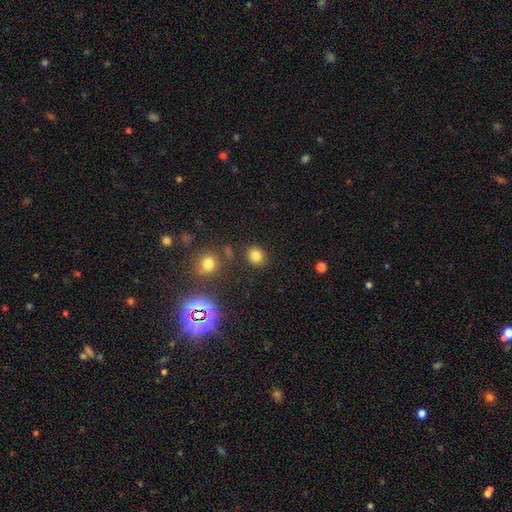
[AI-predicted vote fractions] Morphology: type=smooth (79%); roundness=round (64%); merging=none (83%).